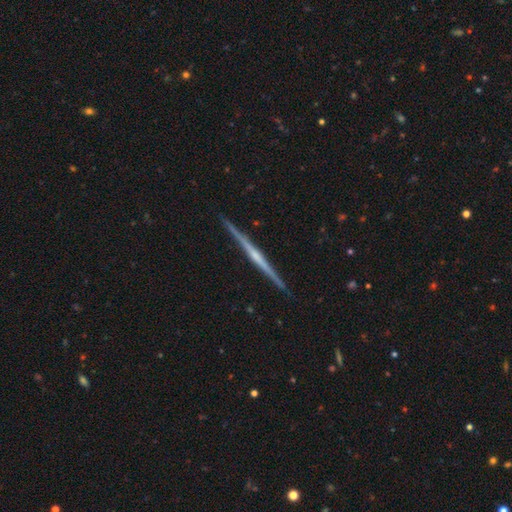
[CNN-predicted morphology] Smooth or featured?
  - featured or disk: 80% *
  - smooth: 15%
  - star or artifact: 5%
Edge-on disk?
  - yes: 99% *
  - no: 1%
Edge-on bulge?
  - rounded: 47% *
  - none: 42%
  - boxy: 12%
Merging?
  - none: 92% *
  - minor disturbance: 6%
  - major disturbance: 1%
  - merger: 1%